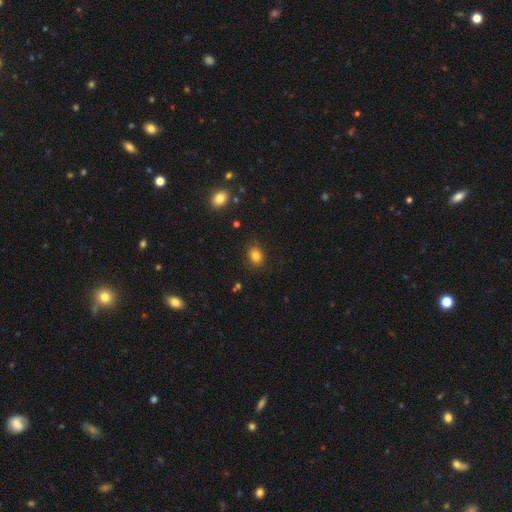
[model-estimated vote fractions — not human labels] Overall: smooth (81%). How rounded: in between (58%; round 41%). Merging: none (84%).